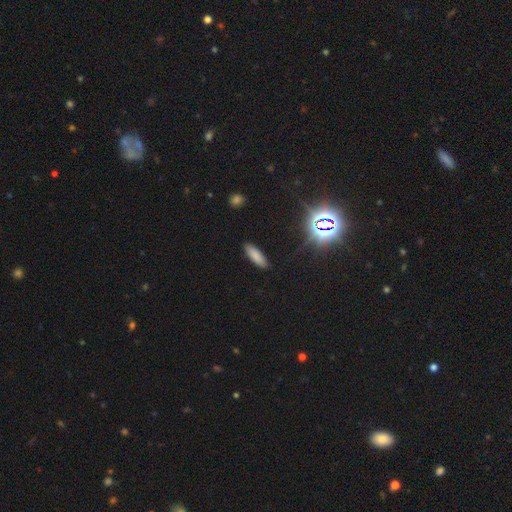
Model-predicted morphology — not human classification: smooth 80%, star or artifact 12%, featured or disk 8%. Down the decision tree: how rounded — in between (53%); merging — none (88%).